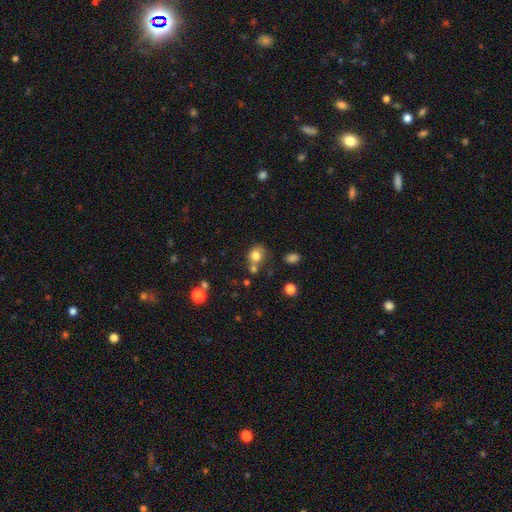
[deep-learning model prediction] smooth-or-featured: smooth: 79% | star or artifact: 12% | featured or disk: 9%
  how-rounded: round: 71% | in between: 28% | cigar-shaped: 1%
  merging: none: 56% | merger: 24% | minor disturbance: 15% | major disturbance: 5%